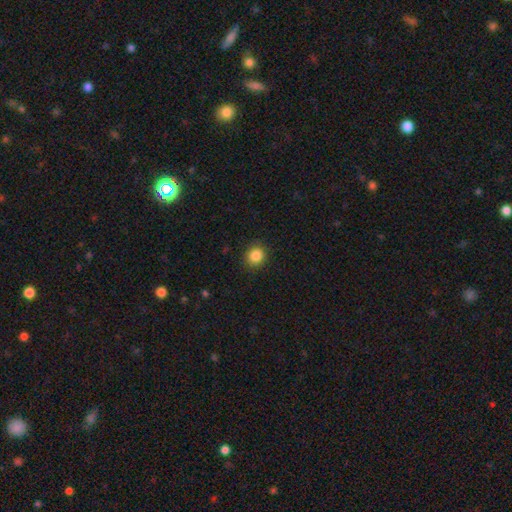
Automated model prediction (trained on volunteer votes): The model was most divided on "how rounded": round: 83%, in between: 16%, cigar-shaped: 1%. More confident: merging — none (89%); smooth or featured — smooth (86%).